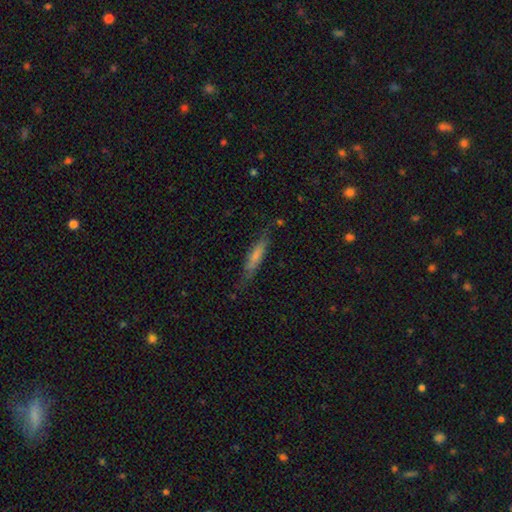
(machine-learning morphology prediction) Overall: smooth (66%; featured or disk 28%). How rounded: cigar-shaped (83%). Merging: none (71%).